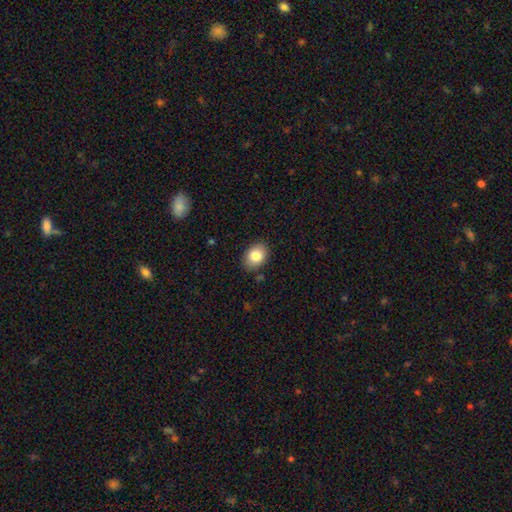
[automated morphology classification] smooth-or-featured: smooth: 83% | featured or disk: 9% | star or artifact: 8%
  how-rounded: in between: 72% | round: 27% | cigar-shaped: 1%
  merging: none: 86% | minor disturbance: 10% | major disturbance: 2% | merger: 1%